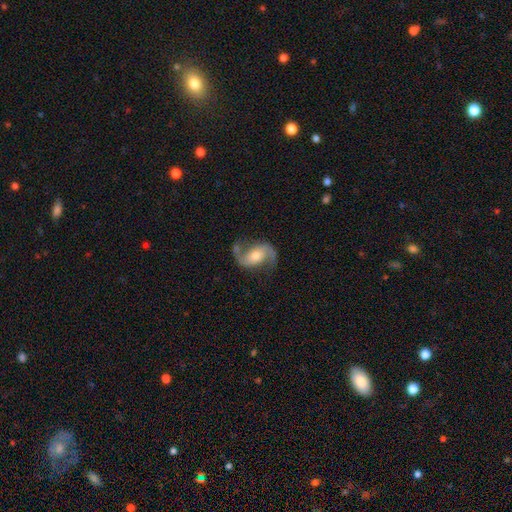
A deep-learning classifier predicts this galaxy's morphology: featured or disk 89%, smooth 6%, star or artifact 5%. Down the decision tree: edge-on disk — no (98%); bar — no (49%); spiral arms — yes (97%); spiral arm count — 2 (94%); spiral winding — loose (50%); bulge size — moderate (55%); merging — none (75%).